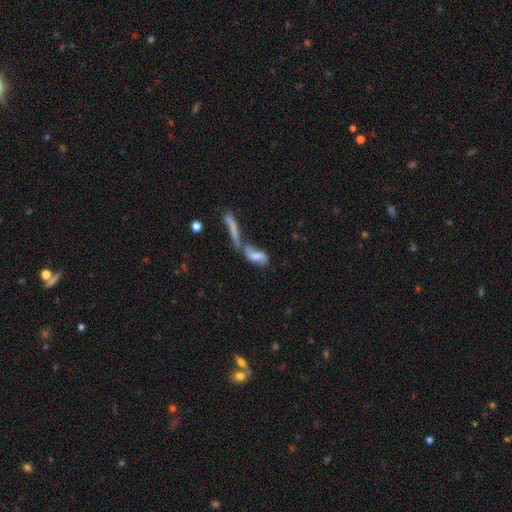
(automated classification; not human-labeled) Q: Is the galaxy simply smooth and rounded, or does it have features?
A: smooth — 50%.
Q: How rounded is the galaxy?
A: in between — 57%.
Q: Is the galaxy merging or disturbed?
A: merger — 64%.